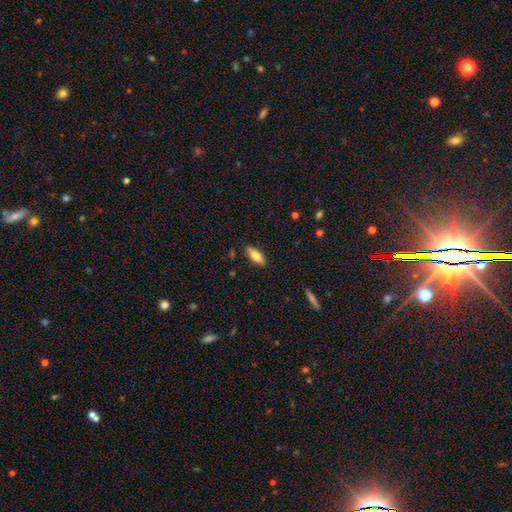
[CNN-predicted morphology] This is likely a smooth galaxy (73%). How rounded: likely in between (67%). Merging: clearly none (88%).